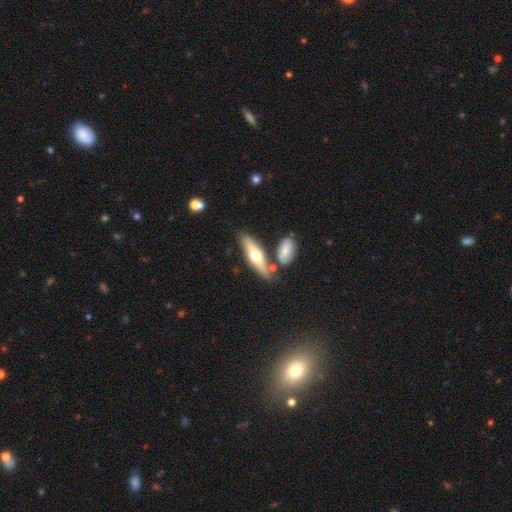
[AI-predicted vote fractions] Smooth or featured? smooth (49%)
Merging? none (71%)